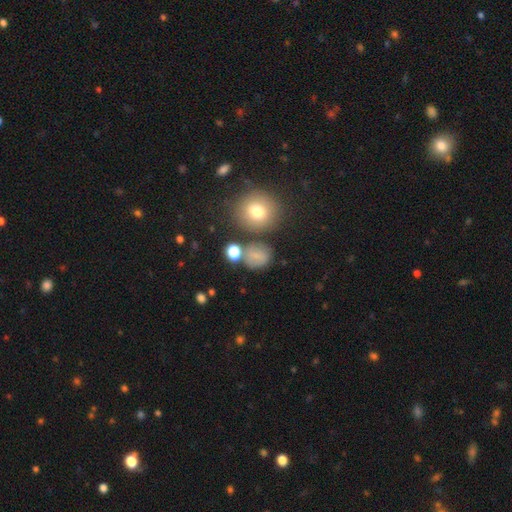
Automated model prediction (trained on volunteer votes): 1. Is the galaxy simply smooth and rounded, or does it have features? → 71% smooth, 15% star or artifact, 14% featured or disk.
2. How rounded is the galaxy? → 71% round, 28% in between, 1% cigar-shaped.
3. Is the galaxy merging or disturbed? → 68% none, 16% minor disturbance, 11% merger, 6% major disturbance.